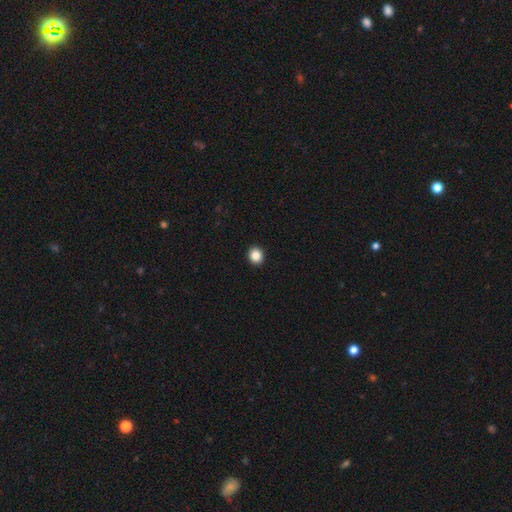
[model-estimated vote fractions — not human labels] Overall: smooth (87%). How rounded: round (79%). Merging: none (93%).